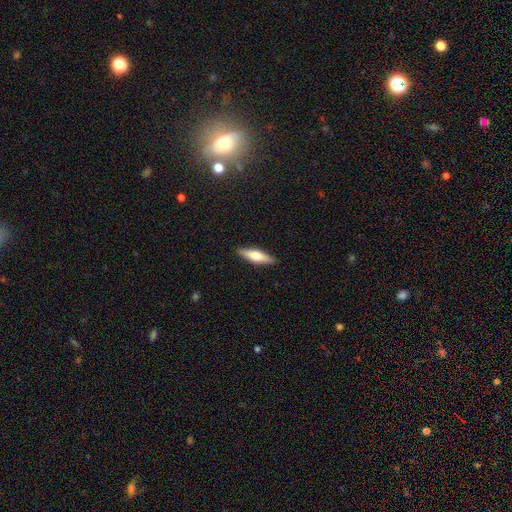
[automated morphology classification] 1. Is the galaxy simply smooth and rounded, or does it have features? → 56% smooth, 39% featured or disk, 6% star or artifact.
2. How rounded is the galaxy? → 65% cigar-shaped, 33% in between, 2% round.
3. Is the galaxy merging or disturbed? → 90% none, 7% minor disturbance, 2% major disturbance, 1% merger.